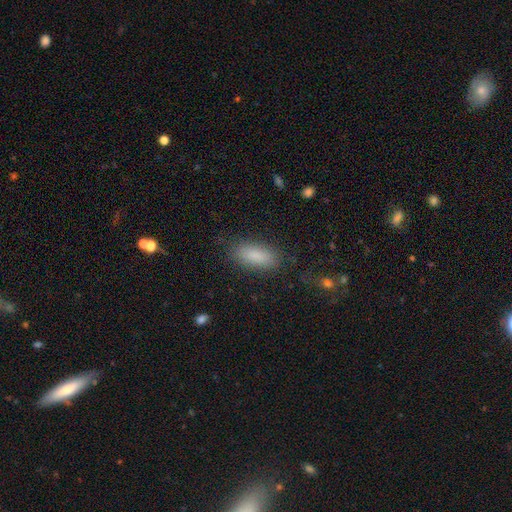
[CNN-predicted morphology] This is clearly a smooth galaxy (86%). How rounded: clearly in between (80%). Merging: clearly none (85%).